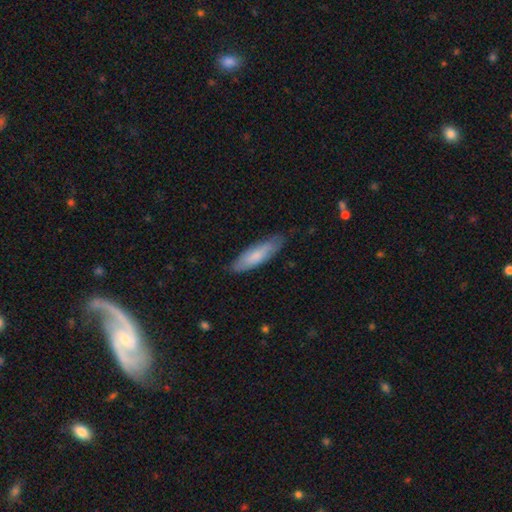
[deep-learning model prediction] Smooth or featured: smooth — 75% (featured or disk — 20%)
How rounded: cigar-shaped — 57% (in between — 41%)
Merging: none — 80% (minor disturbance — 16%)